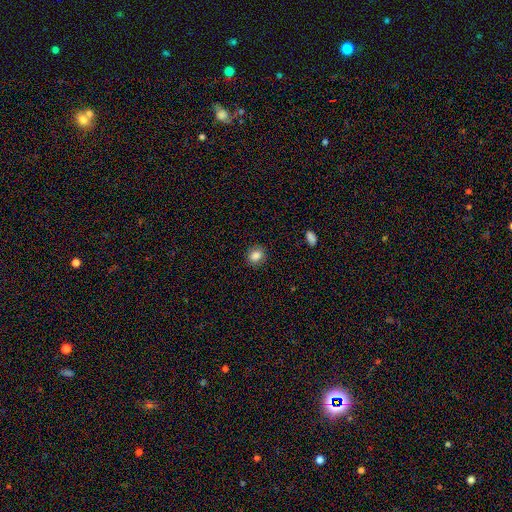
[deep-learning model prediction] Smooth or featured: smooth — 85% (star or artifact — 10%)
How rounded: round — 66% (in between — 33%)
Merging: none — 88% (minor disturbance — 8%)